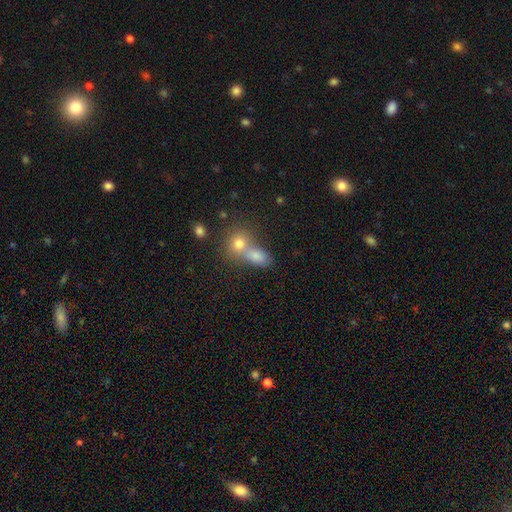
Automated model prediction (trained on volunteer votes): Smooth or featured: smooth — 77% (star or artifact — 12%)
How rounded: in between — 69% (round — 27%)
Merging: merger — 55% (none — 33%)